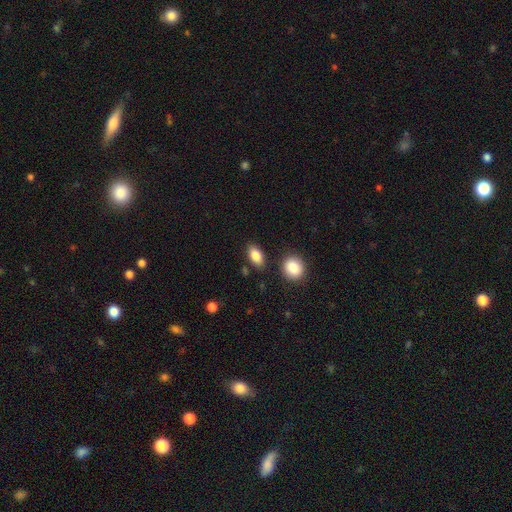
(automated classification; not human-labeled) Smooth or featured? Predicted: smooth (p=0.86). How rounded? Predicted: in between (p=0.88). Merging? Predicted: none (p=0.83).